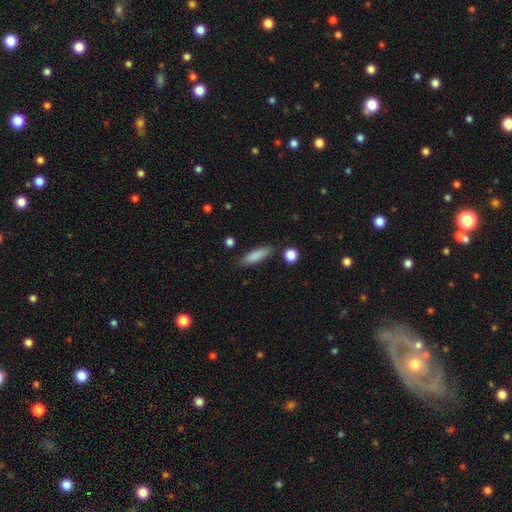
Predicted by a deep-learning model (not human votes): This appears to be a smooth galaxy with no disk features (86%) that is cigar-shaped (57%). Merging: none (83%).